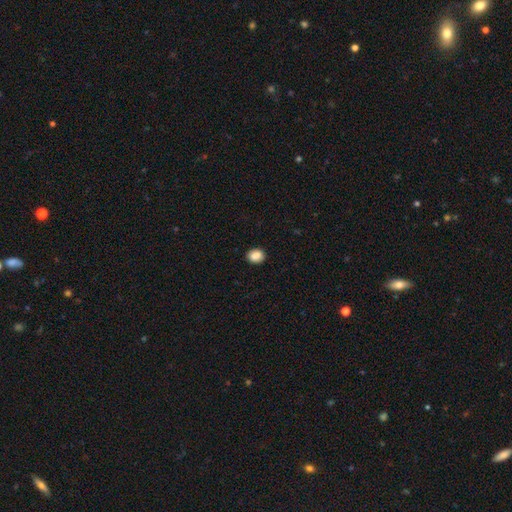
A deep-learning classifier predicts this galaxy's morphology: smooth 87%, star or artifact 8%, featured or disk 4%. Down the decision tree: how rounded — round (50%); merging — none (90%).